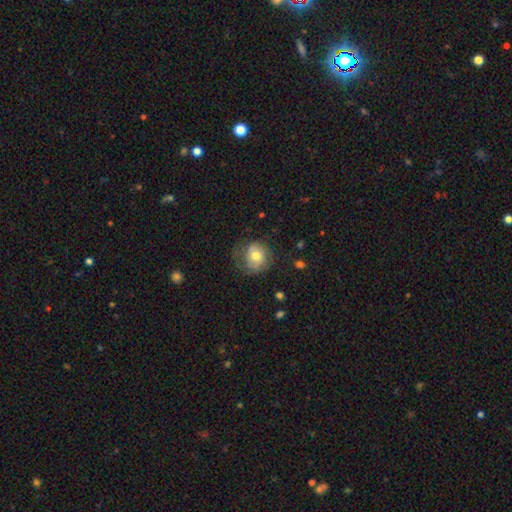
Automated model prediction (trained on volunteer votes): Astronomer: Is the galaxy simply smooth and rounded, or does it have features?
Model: smooth — 50% (runner-up: featured or disk, 41%).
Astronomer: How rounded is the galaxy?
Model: round — 75%.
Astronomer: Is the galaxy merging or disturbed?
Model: none — 57%.